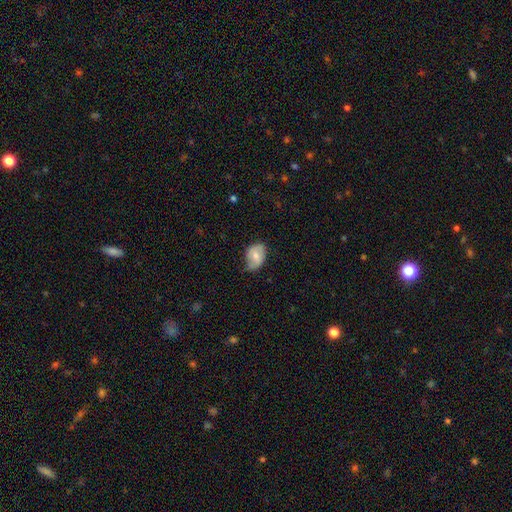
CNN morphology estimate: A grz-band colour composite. It shows a smooth galaxy with no disk features (60%) that is in between round and cigar-shaped (77%). Merging: none (55%).